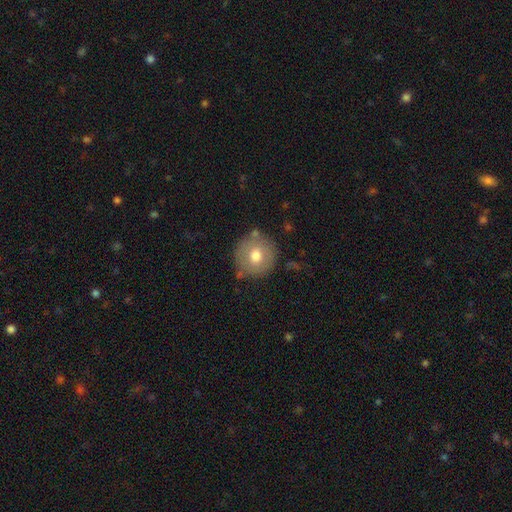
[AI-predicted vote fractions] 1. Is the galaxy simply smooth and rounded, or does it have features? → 69% smooth, 22% featured or disk, 9% star or artifact.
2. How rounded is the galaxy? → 93% round, 6% in between, 1% cigar-shaped.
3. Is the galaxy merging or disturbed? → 79% none, 12% minor disturbance, 5% merger, 4% major disturbance.